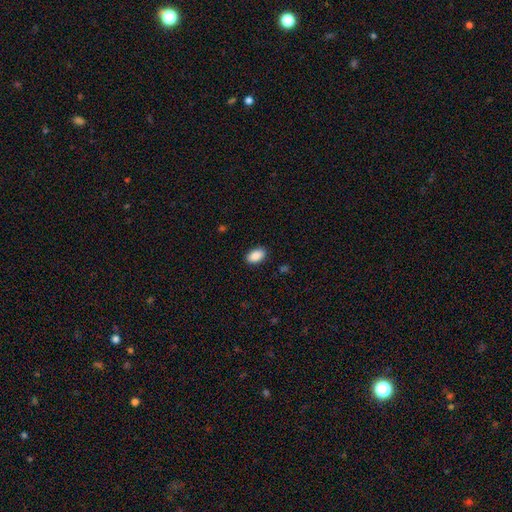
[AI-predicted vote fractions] Morphology: type=smooth (89%); roundness=in between (93%); merging=none (88%).